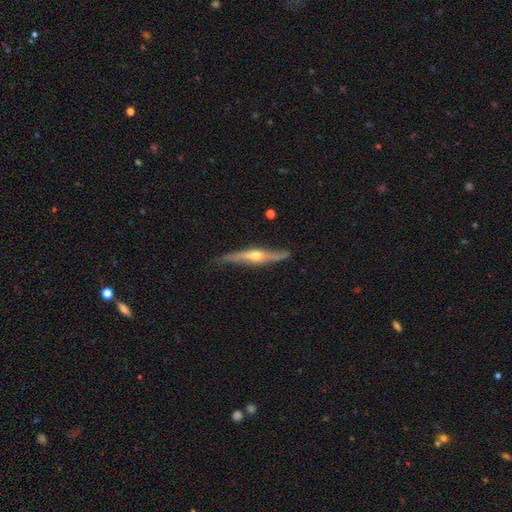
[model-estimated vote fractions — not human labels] smooth-or-featured: featured or disk: 74% | smooth: 21% | star or artifact: 5%
  disk-edge-on: yes: 91% | no: 9%
    edge-on-bulge: rounded: 91% | none: 5% | boxy: 3%
  merging: none: 74% | minor disturbance: 20% | major disturbance: 4% | merger: 2%